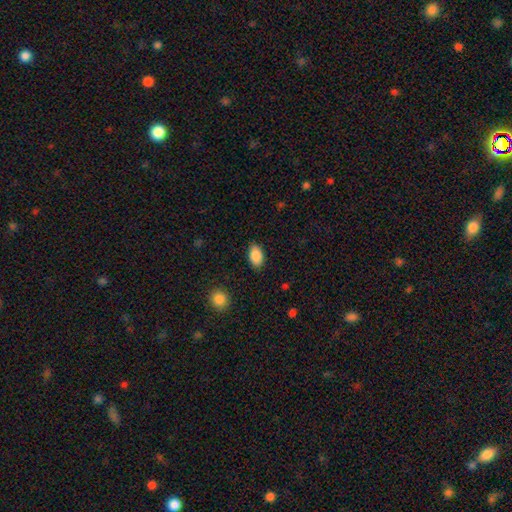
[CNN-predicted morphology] A smooth galaxy with no disk features (89%) that is in between round and cigar-shaped (91%). Merging: none (86%).